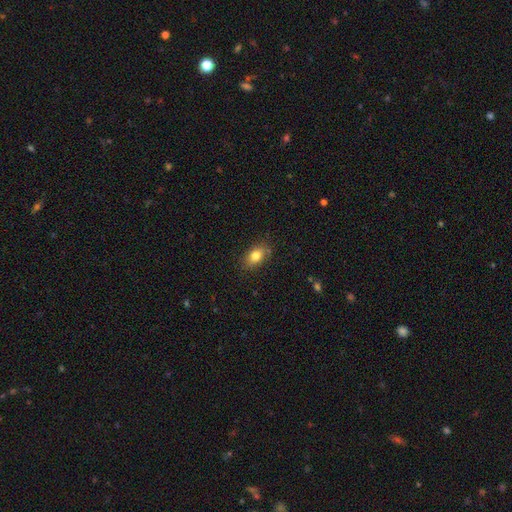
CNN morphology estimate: type=smooth (81%); roundness=in between (83%); merging=none (80%).